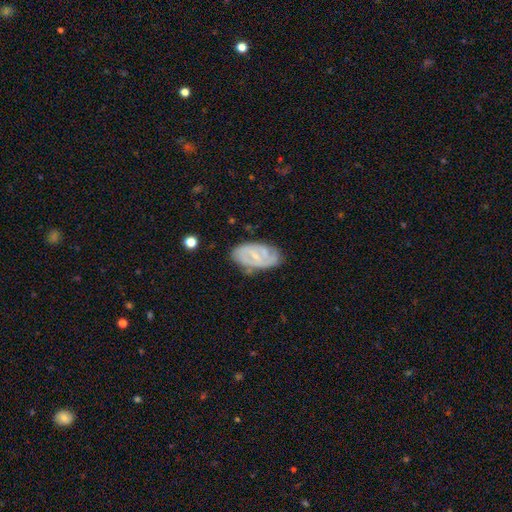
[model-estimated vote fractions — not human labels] The model was most divided on "bar": weak: 47%, no: 39%, strong: 14%. More confident: edge-on disk — no (95%); spiral arms — yes (89%); smooth or featured — featured or disk (75%); merging — none (74%); bulge size — small (69%); spiral arm count — 2 (54%); spiral winding — tight (52%).